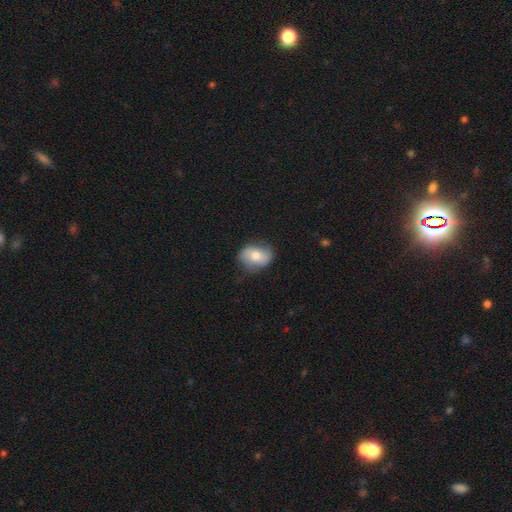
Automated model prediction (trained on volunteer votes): smooth_or_featured: smooth (p=0.60) [alt: featured or disk p=0.33]
how_rounded: in between (p=0.74) [alt: round p=0.25]
merging: none (p=0.73) [alt: minor disturbance p=0.20]